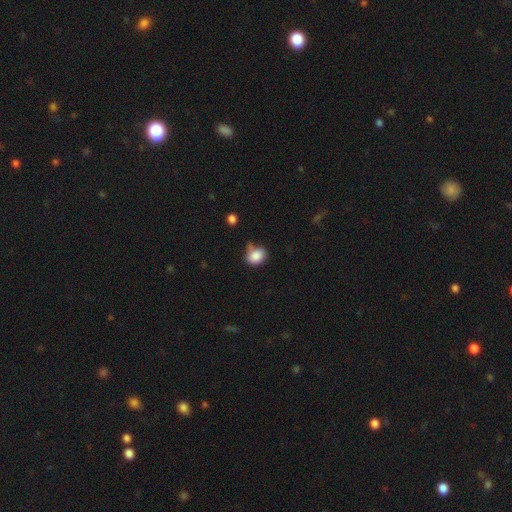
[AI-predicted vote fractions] Smooth or featured? smooth (86%)
How rounded? round (63%)
Merging? none (54%)